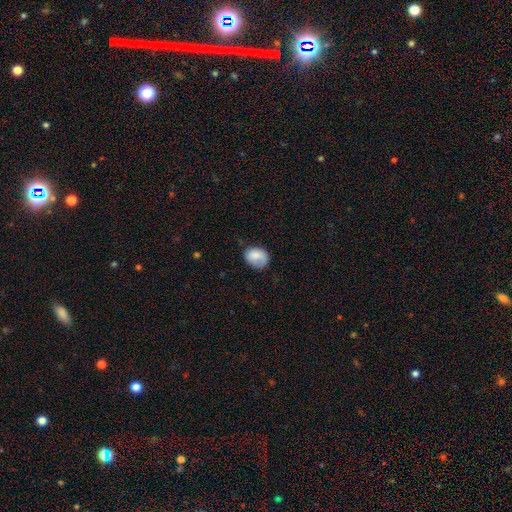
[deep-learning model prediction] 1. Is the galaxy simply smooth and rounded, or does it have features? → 81% smooth, 12% featured or disk, 8% star or artifact.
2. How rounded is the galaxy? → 54% in between, 45% round, 1% cigar-shaped.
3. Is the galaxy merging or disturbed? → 59% none, 29% minor disturbance, 10% major disturbance, 2% merger.